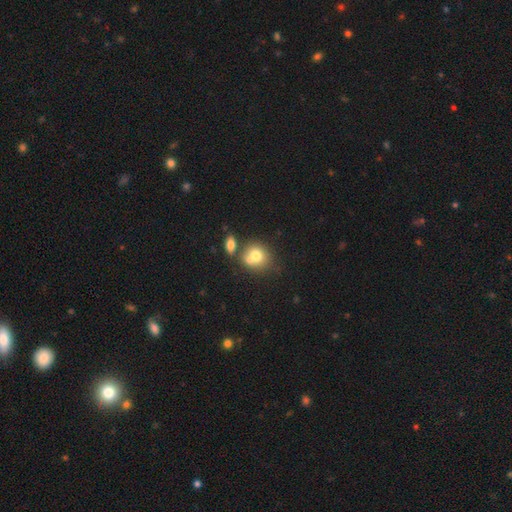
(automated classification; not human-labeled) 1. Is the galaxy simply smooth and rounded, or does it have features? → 74% smooth, 15% featured or disk, 10% star or artifact.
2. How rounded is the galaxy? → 76% round, 23% in between, 1% cigar-shaped.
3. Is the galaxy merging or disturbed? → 45% none, 40% merger, 11% minor disturbance, 4% major disturbance.